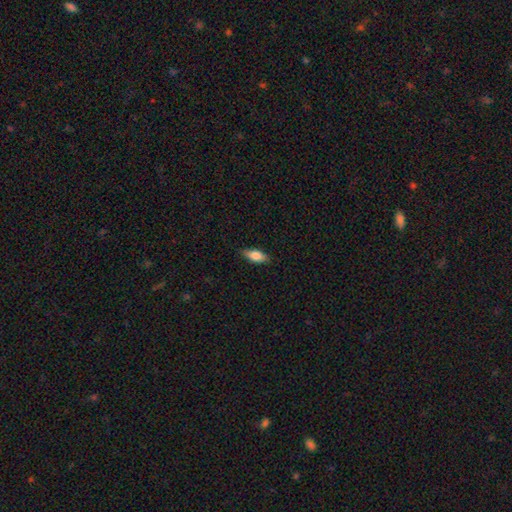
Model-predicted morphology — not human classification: This is likely a smooth galaxy (79%). How rounded: clearly in between (80%). Merging: clearly none (83%).